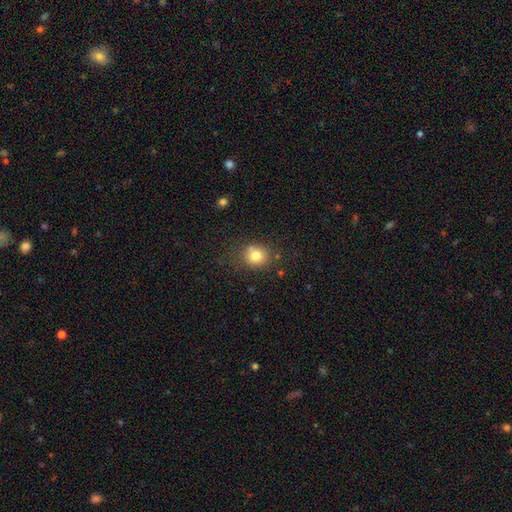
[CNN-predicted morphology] smooth-or-featured: smooth: 79% | star or artifact: 12% | featured or disk: 9%
  how-rounded: round: 75% | in between: 24% | cigar-shaped: 1%
  merging: none: 73% | minor disturbance: 14% | merger: 9% | major disturbance: 4%